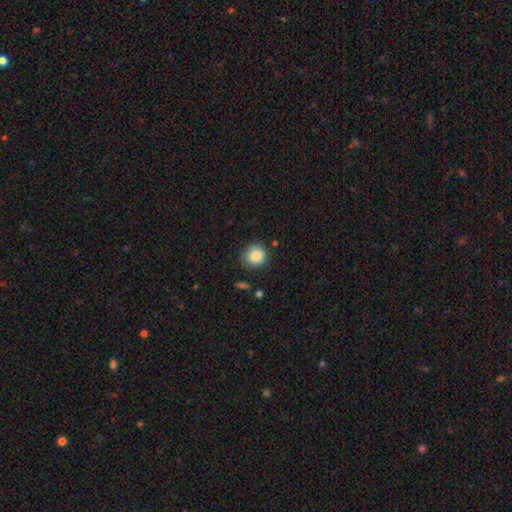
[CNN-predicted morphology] A smooth galaxy with no disk features (85%) that is round (92%). Merging: none (81%).